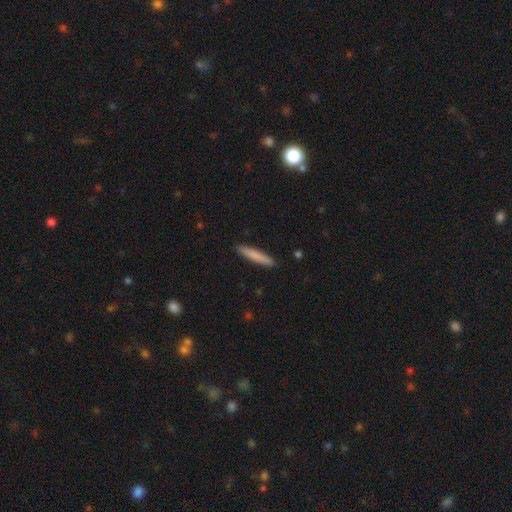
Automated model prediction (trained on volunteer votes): This is likely a smooth galaxy (80%). How rounded: clearly cigar-shaped (93%). Merging: clearly none (91%).